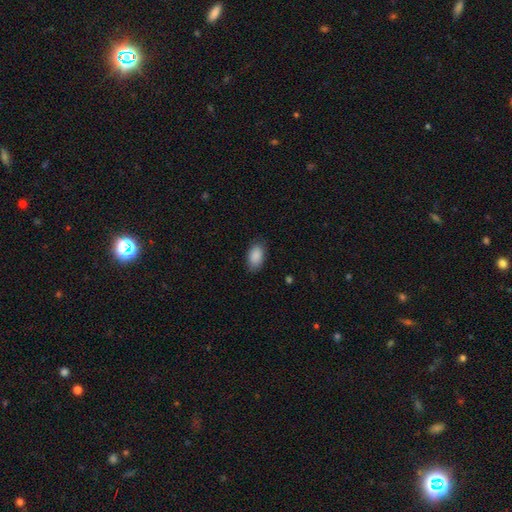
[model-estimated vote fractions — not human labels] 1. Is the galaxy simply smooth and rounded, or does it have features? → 89% smooth, 7% star or artifact, 4% featured or disk.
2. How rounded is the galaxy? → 93% in between, 6% round, 2% cigar-shaped.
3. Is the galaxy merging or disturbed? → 81% none, 15% minor disturbance, 3% major disturbance, 1% merger.